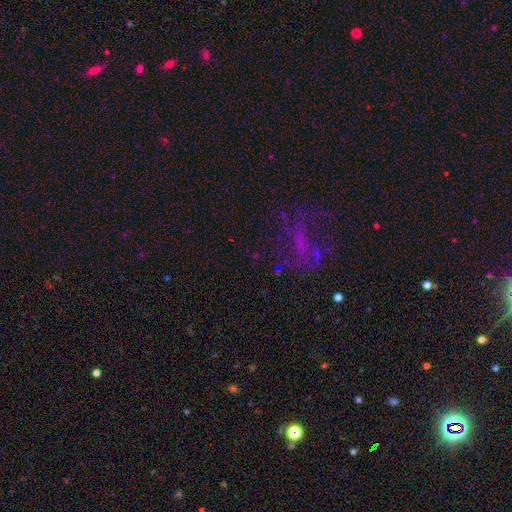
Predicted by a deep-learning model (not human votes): smooth_or_featured: star or artifact (p=0.51) [alt: smooth p=0.27]